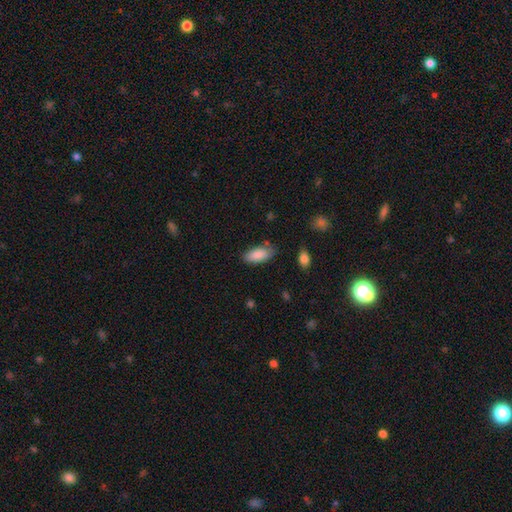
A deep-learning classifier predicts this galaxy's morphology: Overall: smooth (87%). How rounded: in between (89%). Merging: none (77%).